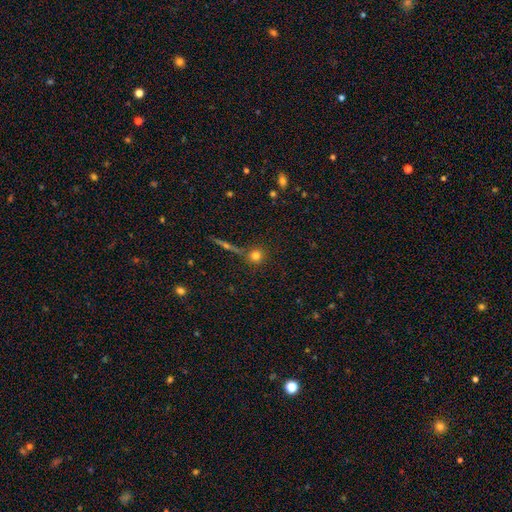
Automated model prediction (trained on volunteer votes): smooth 75%, star or artifact 13%, featured or disk 12%. Down the decision tree: how rounded — round (94%); merging — none (78%).